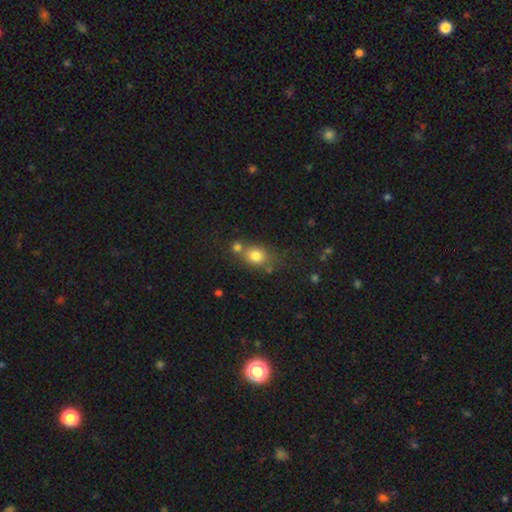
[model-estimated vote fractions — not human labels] A smooth galaxy with no disk features (77%) that is round (58%).

Vote fractions:
- Smooth or featured? smooth: 77% / star or artifact: 12% / featured or disk: 10%
- How rounded? round: 58% / in between: 41% / cigar-shaped: 1%
- Merging? none: 53% / merger: 30% / minor disturbance: 12% / major disturbance: 5%